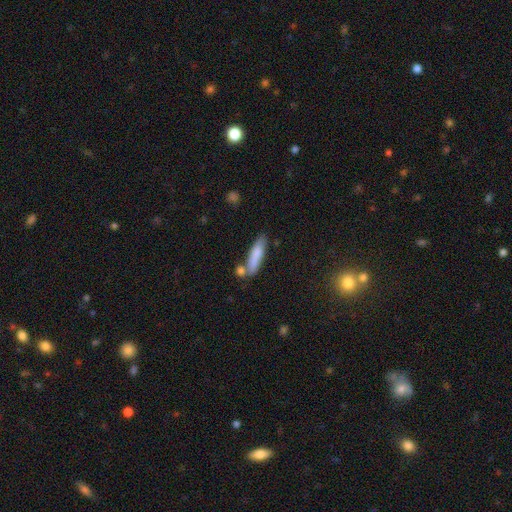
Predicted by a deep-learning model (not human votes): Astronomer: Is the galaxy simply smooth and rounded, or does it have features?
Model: smooth — 79%.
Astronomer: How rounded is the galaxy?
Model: cigar-shaped — 73%.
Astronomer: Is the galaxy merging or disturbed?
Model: none — 65%.